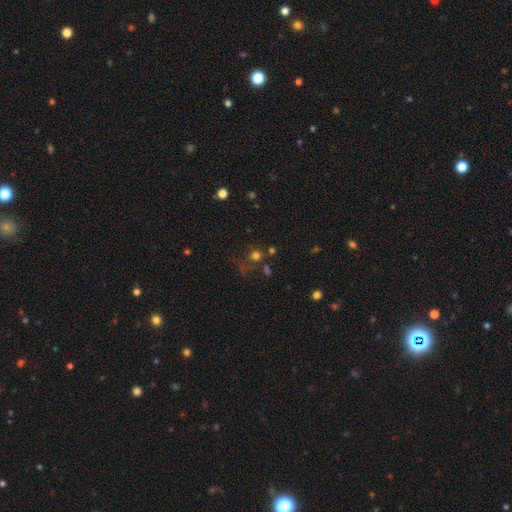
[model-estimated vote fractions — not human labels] The model was most divided on "smooth or featured": smooth: 59%, star or artifact: 31%, featured or disk: 9%. More confident: how rounded — round (89%); merging — none (66%).